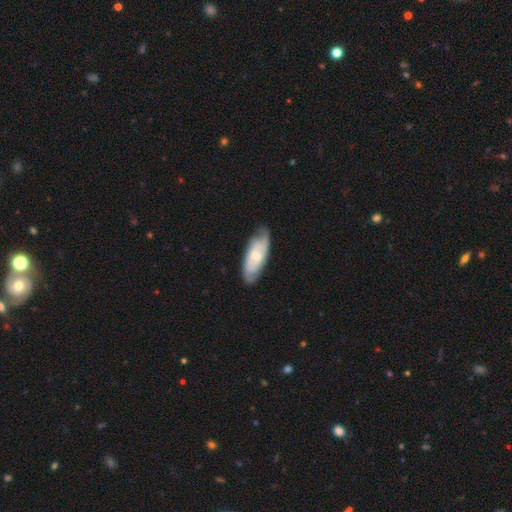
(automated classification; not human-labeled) featured or disk 57%, smooth 38%, star or artifact 5%. Down the decision tree: edge-on disk — no (86%); merging — none (73%).